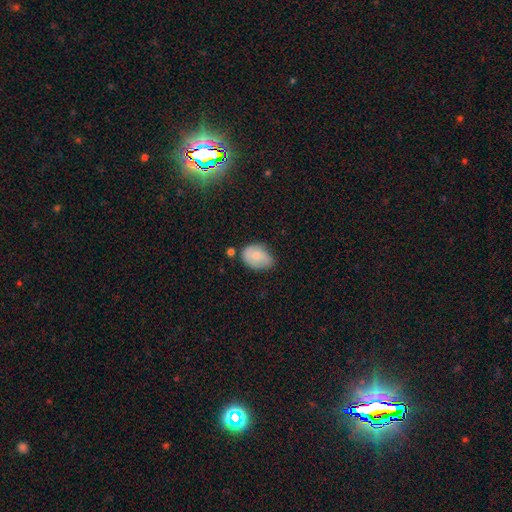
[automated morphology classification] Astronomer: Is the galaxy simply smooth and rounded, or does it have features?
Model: smooth — 71%.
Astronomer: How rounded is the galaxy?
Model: in between — 74%.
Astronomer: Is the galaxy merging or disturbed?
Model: none — 51% (runner-up: minor disturbance, 36%).